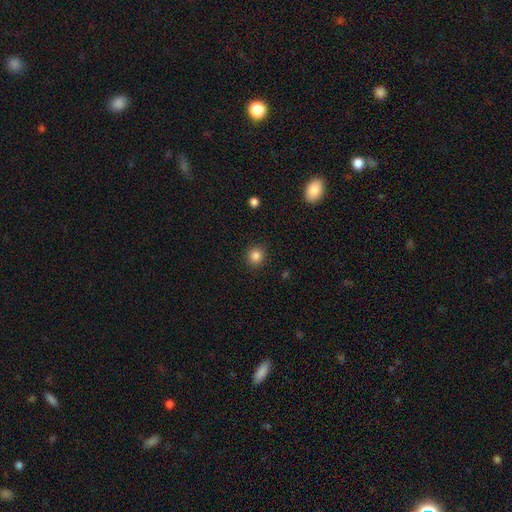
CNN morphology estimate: Overall: smooth (85%). How rounded: round (90%). Merging: none (91%).